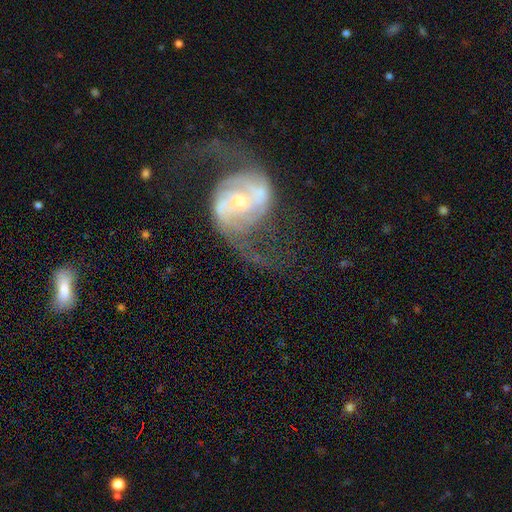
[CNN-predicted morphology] A featured or disk galaxy (88%) with no bar (44%), 2 (92%) loose (51%) spiral arms (95%) and a small central bulge (47%, tied with moderate). Merging: none (61%).